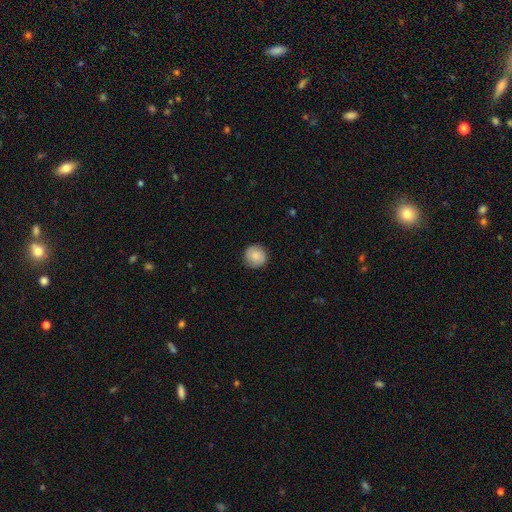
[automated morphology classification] Smooth or featured? smooth (83%)
How rounded? round (94%)
Merging? none (88%)